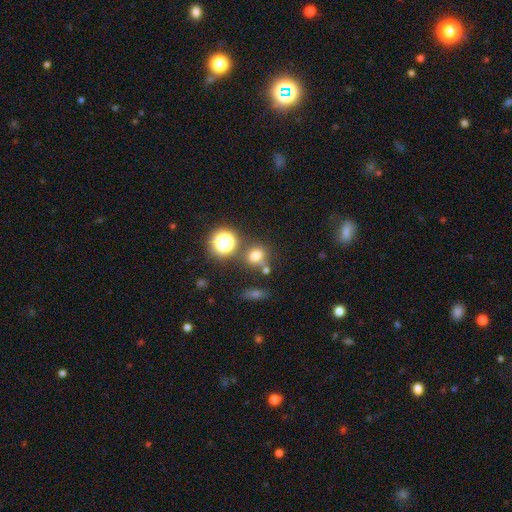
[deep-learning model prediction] Smooth or featured?
  - smooth: 68% *
  - star or artifact: 23%
  - featured or disk: 9%
How rounded?
  - round: 68% *
  - in between: 31%
  - cigar-shaped: 2%
Merging?
  - none: 64% *
  - merger: 16%
  - minor disturbance: 14%
  - major disturbance: 6%